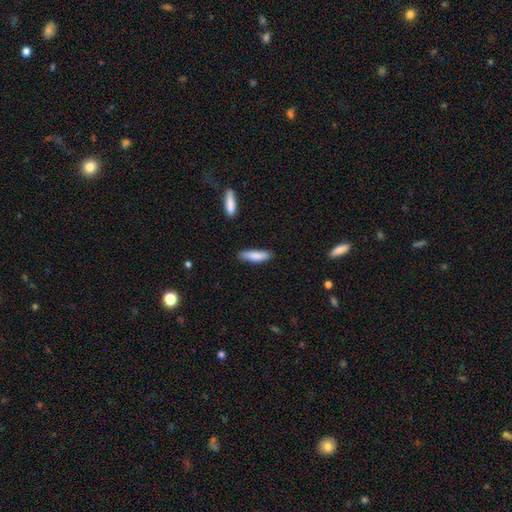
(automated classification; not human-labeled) Smooth or featured? smooth (84%)
How rounded? cigar-shaped (68%)
Merging? none (84%)